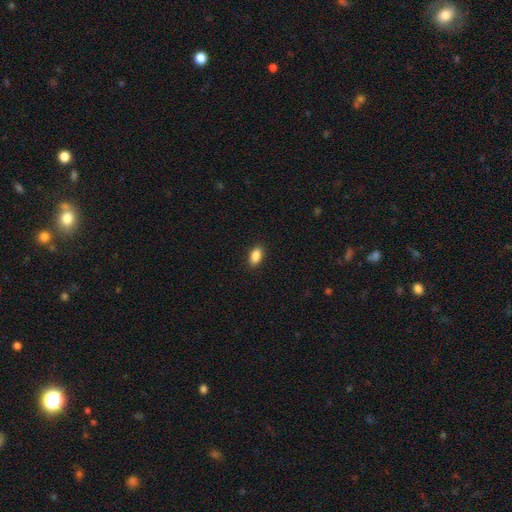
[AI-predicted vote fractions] The model was most divided on "smooth or featured": smooth: 88%, star or artifact: 8%, featured or disk: 4%. More confident: how rounded — in between (91%); merging — none (90%).